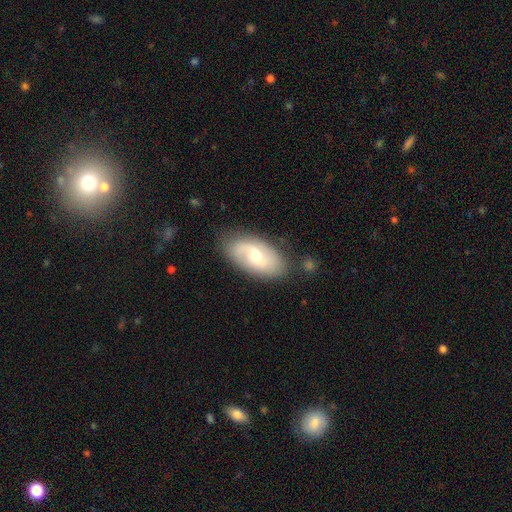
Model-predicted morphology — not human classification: smooth_or_featured: featured or disk (p=0.60) [alt: smooth p=0.34]
disk_edge_on: no (p=0.93) [alt: yes p=0.07]
bar: weak (p=0.47) [alt: no p=0.43]
has_spiral_arms: yes (p=0.83) [alt: no p=0.17]
bulge_size: moderate (p=0.59) [alt: small p=0.35]
merging: none (p=0.77) [alt: minor disturbance p=0.16]